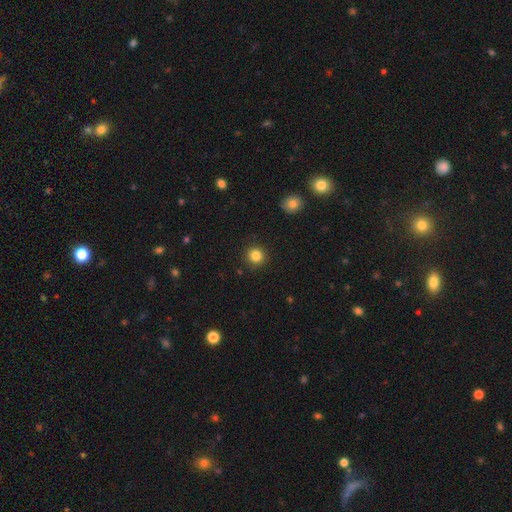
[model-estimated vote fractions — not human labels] Smooth or featured?
  - smooth: 84% *
  - star or artifact: 11%
  - featured or disk: 5%
How rounded?
  - round: 93% *
  - in between: 6%
  - cigar-shaped: 1%
Merging?
  - none: 91% *
  - minor disturbance: 6%
  - major disturbance: 2%
  - merger: 1%